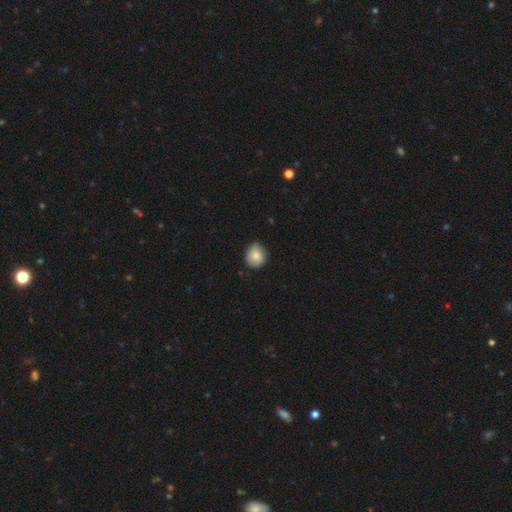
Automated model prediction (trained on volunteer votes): Smooth or featured?
  - smooth: 80% *
  - featured or disk: 12%
  - star or artifact: 8%
How rounded?
  - round: 74% *
  - in between: 25%
  - cigar-shaped: 1%
Merging?
  - none: 74% *
  - minor disturbance: 22%
  - major disturbance: 3%
  - merger: 1%